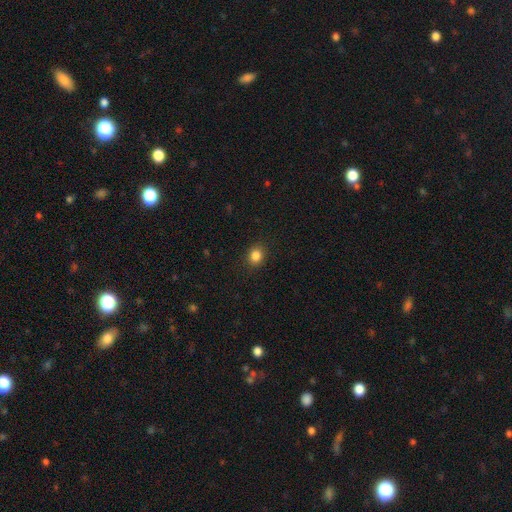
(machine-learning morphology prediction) Smooth or featured? Predicted: smooth (p=0.85). How rounded? Predicted: round (p=0.69). Merging? Predicted: none (p=0.89).